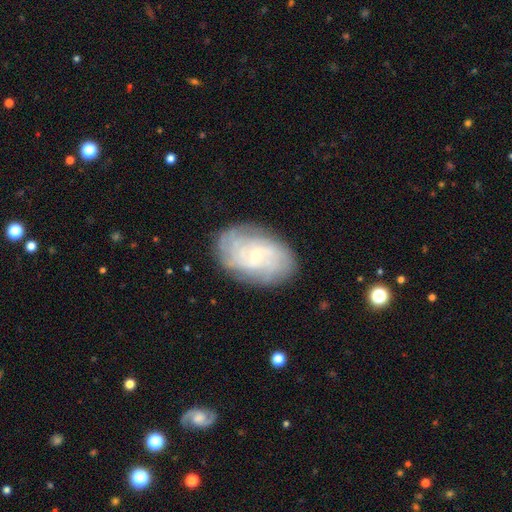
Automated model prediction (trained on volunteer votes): Q: Smooth or featured?
A: featured or disk (73%); runner-up: smooth (19%)
Q: Edge-on disk?
A: no (96%); runner-up: yes (4%)
Q: Bar?
A: no (48%); runner-up: weak (44%)
Q: Spiral arms?
A: yes (89%); runner-up: no (11%)
Q: Spiral winding?
A: tight (60%); runner-up: medium (30%)
Q: Spiral arm count?
A: can't tell (52%); runner-up: 2 (15%)
Q: Bulge size?
A: small (78%); runner-up: moderate (17%)
Q: Merging?
A: none (78%); runner-up: minor disturbance (16%)